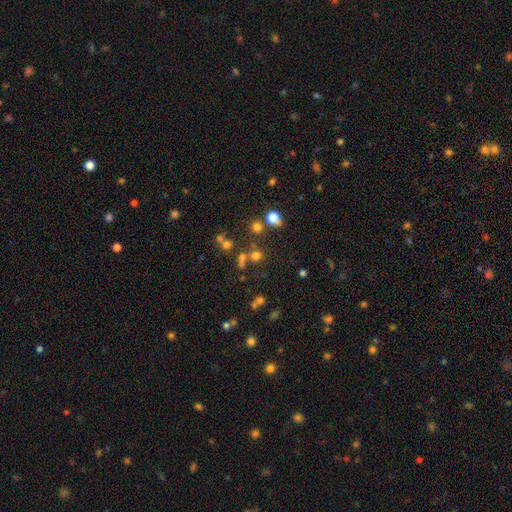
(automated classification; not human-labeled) smooth_or_featured: smooth (p=0.64) [alt: star or artifact p=0.26]
how_rounded: round (p=0.85) [alt: in between p=0.13]
merging: none (p=0.65) [alt: merger p=0.19]